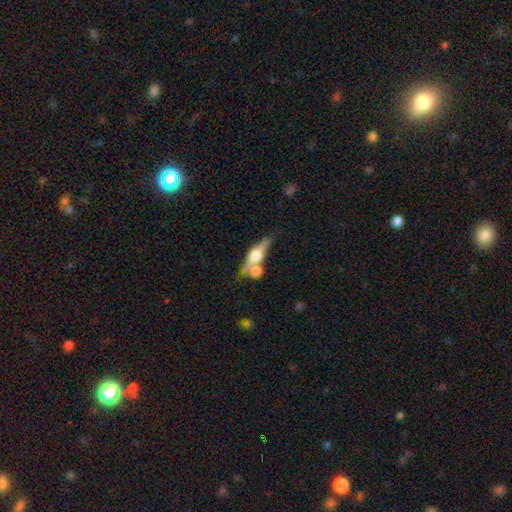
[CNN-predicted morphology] type=featured or disk (65%); edge-on=yes (92%); edge-on bulge=rounded (93%); merging=none (56%).